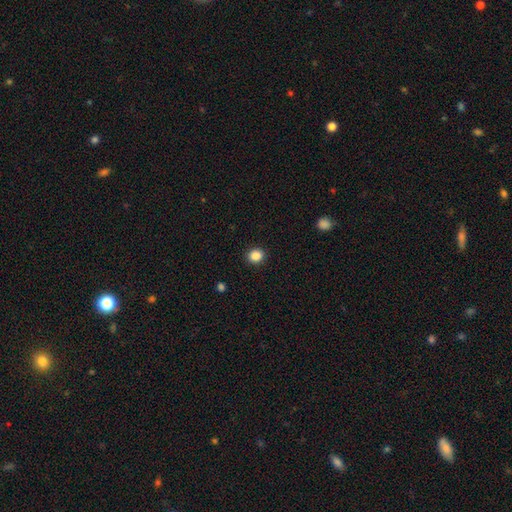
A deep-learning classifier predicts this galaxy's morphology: Smooth or featured?
  - smooth: 86% *
  - star or artifact: 11%
  - featured or disk: 4%
How rounded?
  - round: 76% *
  - in between: 23%
  - cigar-shaped: 1%
Merging?
  - none: 92% *
  - minor disturbance: 5%
  - major disturbance: 2%
  - merger: 1%